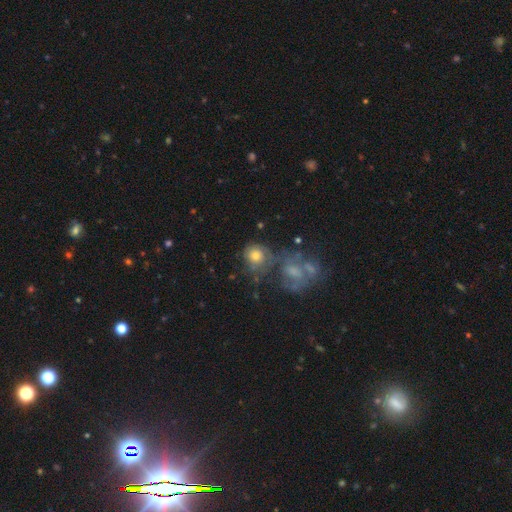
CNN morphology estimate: The model was most divided on "merging": none: 39%, merger: 32%, minor disturbance: 16%, major disturbance: 13%. More confident: how rounded — round (80%); smooth or featured — smooth (60%).